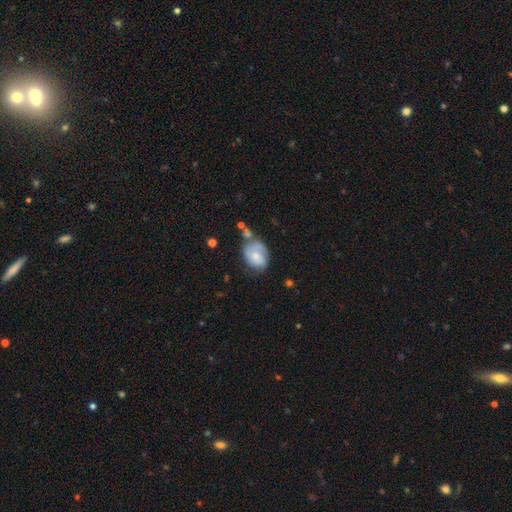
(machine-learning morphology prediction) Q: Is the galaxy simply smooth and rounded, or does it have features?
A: smooth — 50%.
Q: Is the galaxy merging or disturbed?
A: none — 43%.